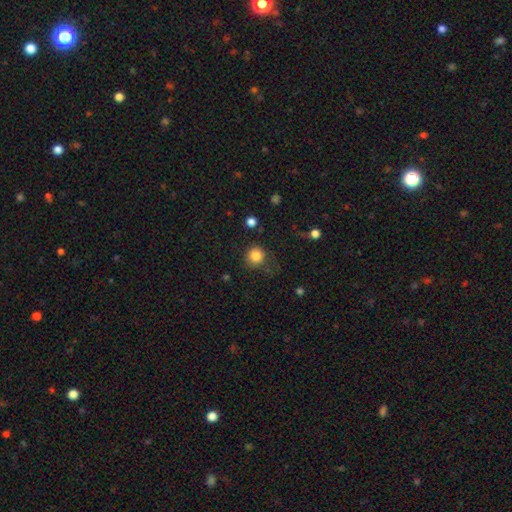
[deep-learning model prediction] Smooth or featured? smooth (84%)
How rounded? round (91%)
Merging? none (71%)